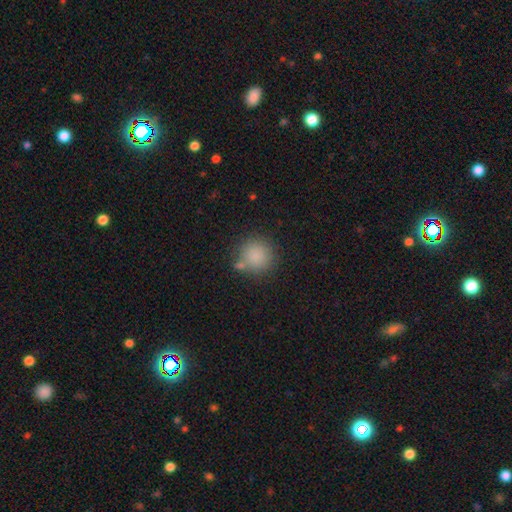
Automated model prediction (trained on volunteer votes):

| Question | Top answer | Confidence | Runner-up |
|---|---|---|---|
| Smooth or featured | smooth | 85% | star or artifact (10%) |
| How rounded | round | 93% | in between (6%) |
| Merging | none | 73% | minor disturbance (11%) |